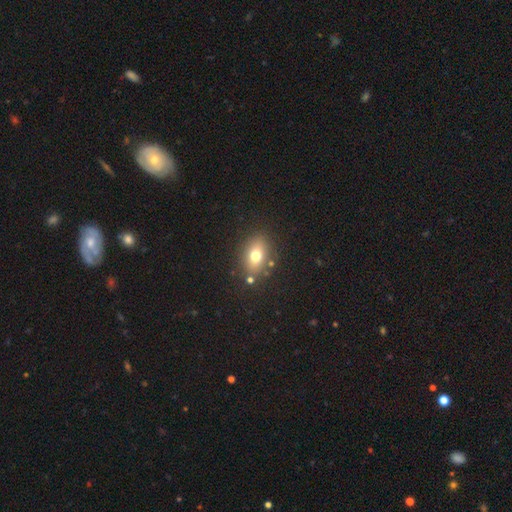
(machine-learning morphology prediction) Overall: smooth (72%). How rounded: in between (71%). Merging: none (80%).